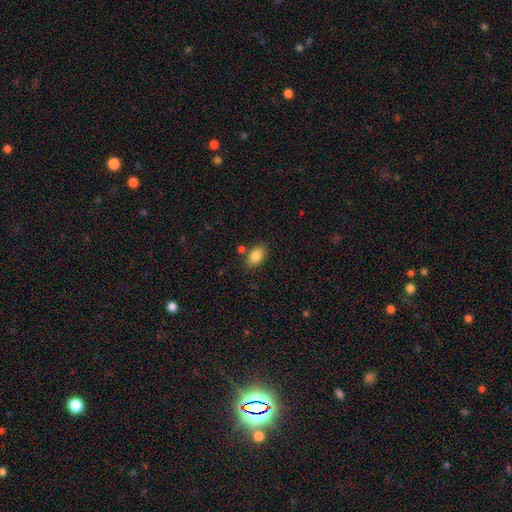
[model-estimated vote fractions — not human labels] smooth_or_featured: smooth (p=0.84) [alt: star or artifact p=0.08]
how_rounded: in between (p=0.85) [alt: round p=0.13]
merging: none (p=0.77) [alt: minor disturbance p=0.13]